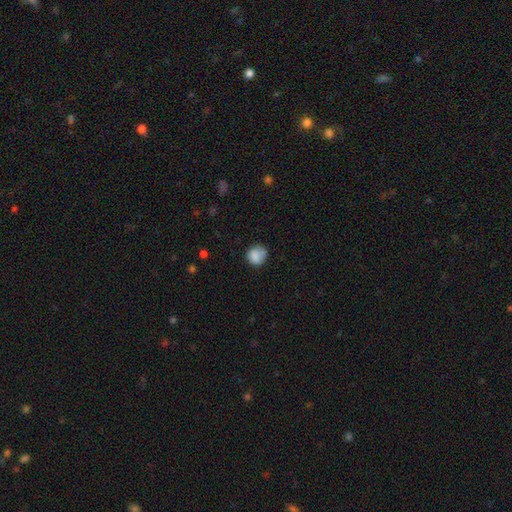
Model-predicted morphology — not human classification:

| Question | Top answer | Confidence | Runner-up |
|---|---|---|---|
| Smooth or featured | smooth | 84% | star or artifact (9%) |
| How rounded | round | 83% | in between (16%) |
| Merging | none | 68% | minor disturbance (23%) |